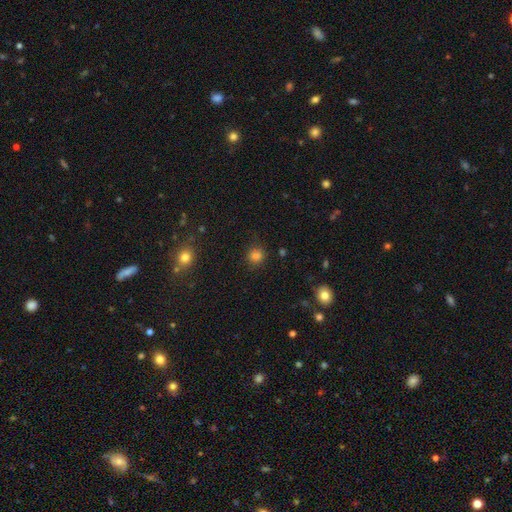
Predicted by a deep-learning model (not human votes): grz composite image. It shows a smooth galaxy with no disk features (81%) that is round (85%). Merging: none (83%).